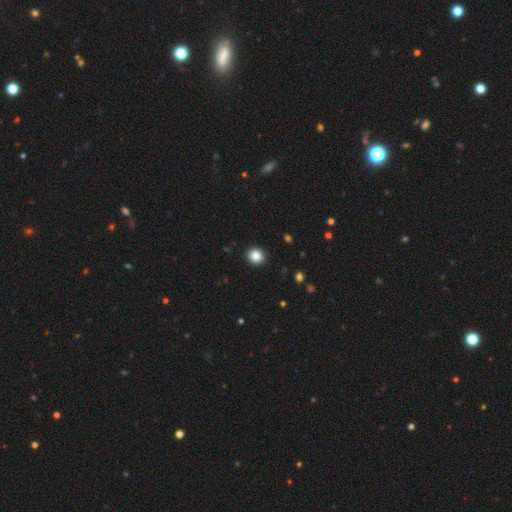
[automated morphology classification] Q: Smooth or featured?
A: smooth (85%); runner-up: star or artifact (11%)
Q: How rounded?
A: round (89%); runner-up: in between (10%)
Q: Merging?
A: none (93%); runner-up: minor disturbance (5%)